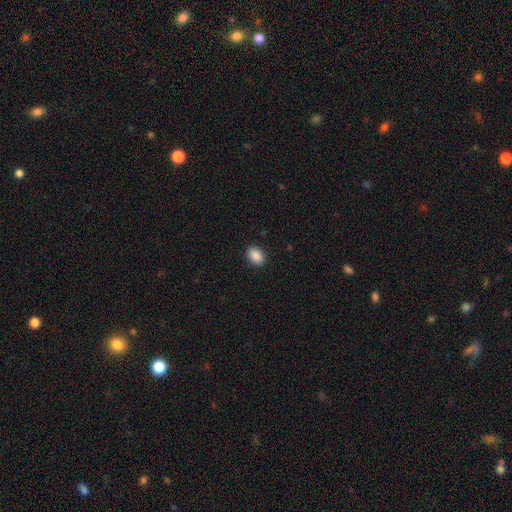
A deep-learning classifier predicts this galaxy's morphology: Smooth or featured? smooth (89%)
How rounded? in between (84%)
Merging? none (90%)